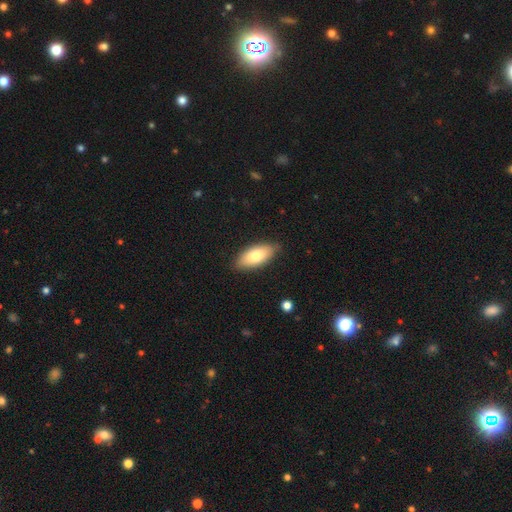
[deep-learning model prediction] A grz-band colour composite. It shows a smooth galaxy with no disk features (75%) that is in between round and cigar-shaped (87%). Merging: none (85%).